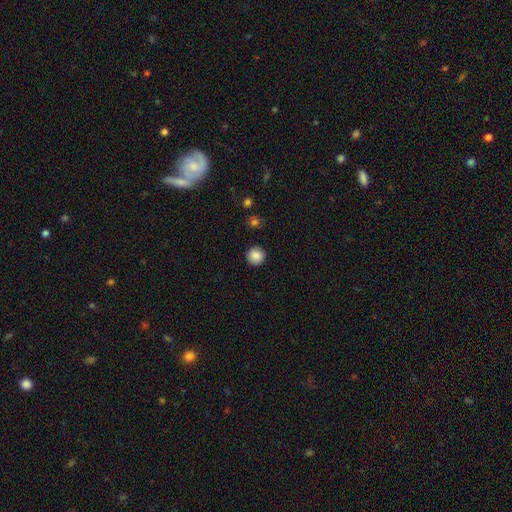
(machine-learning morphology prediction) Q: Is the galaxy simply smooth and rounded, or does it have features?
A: smooth — 87%.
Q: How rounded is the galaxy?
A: round — 95%.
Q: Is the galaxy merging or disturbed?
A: none — 92%.